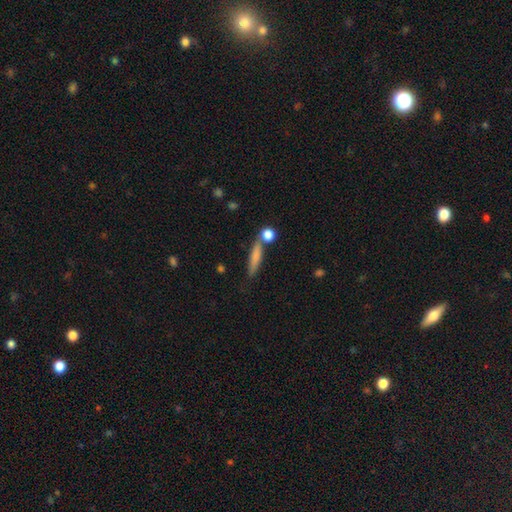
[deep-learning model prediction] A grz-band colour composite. It shows a smooth galaxy with no disk features (75%) that is cigar-shaped (78%). Merging: none (69%).